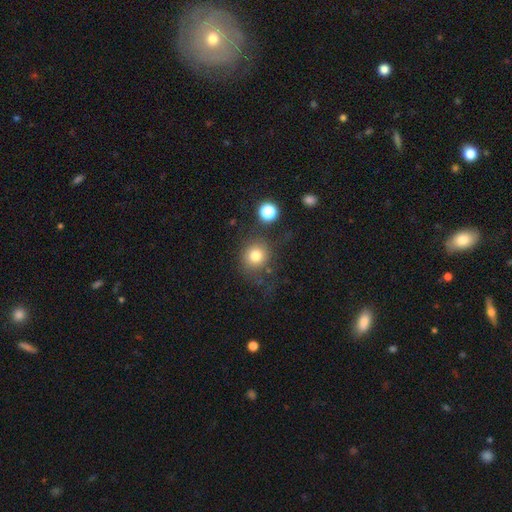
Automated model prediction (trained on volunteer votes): smooth-or-featured: smooth: 78% | star or artifact: 13% | featured or disk: 9%
  how-rounded: round: 88% | in between: 11% | cigar-shaped: 1%
  merging: none: 71% | minor disturbance: 14% | major disturbance: 9% | merger: 6%